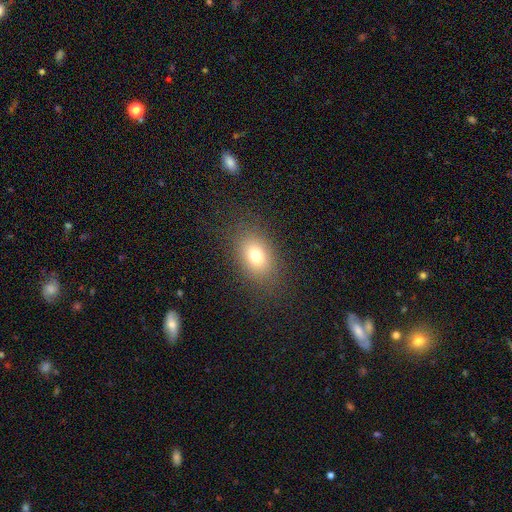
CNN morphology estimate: Smooth or featured? Predicted: smooth (p=0.74). How rounded? Predicted: in between (p=0.73). Merging? Predicted: none (p=0.83).